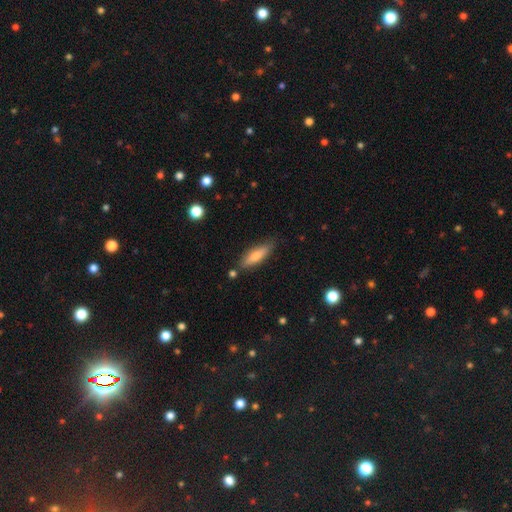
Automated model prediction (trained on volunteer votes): Morphology: type=smooth (66%); roundness=cigar-shaped (62%); merging=none (82%).